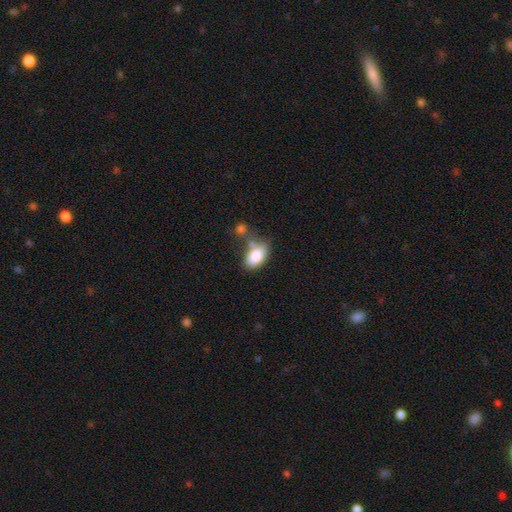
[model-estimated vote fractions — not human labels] A smooth galaxy with no disk features (83%) that is in between round and cigar-shaped (91%).

Vote fractions:
- Smooth or featured? smooth: 83% / featured or disk: 10% / star or artifact: 7%
- How rounded? in between: 91% / round: 7% / cigar-shaped: 2%
- Merging? none: 47% / merger: 26% / minor disturbance: 20% / major disturbance: 8%